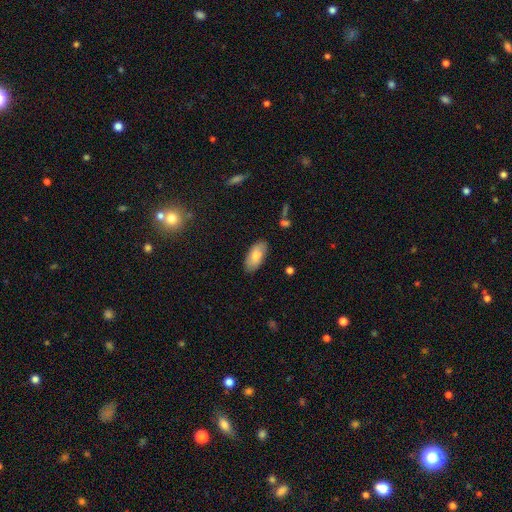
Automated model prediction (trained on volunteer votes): Smooth or featured? Predicted: smooth (p=0.76). How rounded? Predicted: in between (p=0.93). Merging? Predicted: none (p=0.83).